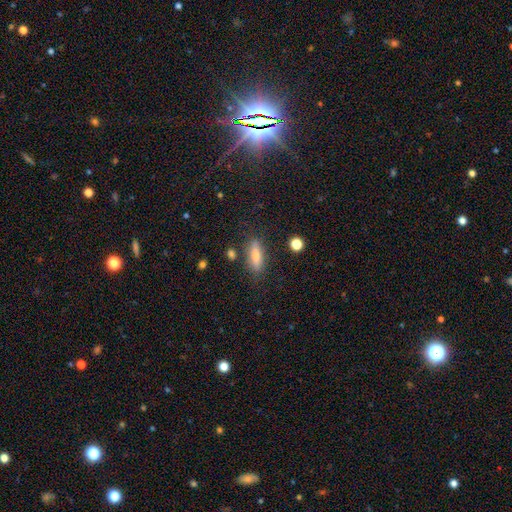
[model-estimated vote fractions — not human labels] This appears to be a smooth galaxy with no disk features (67%) that is in between round and cigar-shaped (53%). Merging: none (82%).